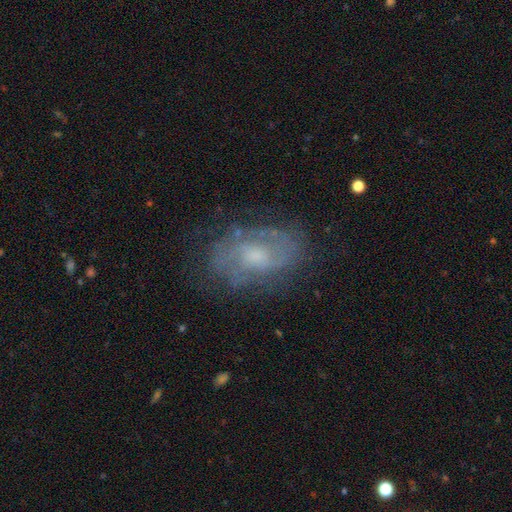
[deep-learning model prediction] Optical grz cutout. It shows a featured or disk galaxy (70%) with no bar (61%), 2 (52%) medium (43%) spiral arms (79%) and a moderate central bulge (45%). Merging: none (69%).